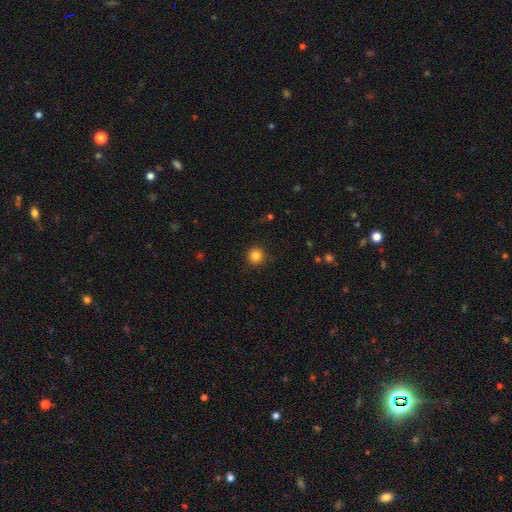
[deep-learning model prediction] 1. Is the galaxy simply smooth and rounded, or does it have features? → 84% smooth, 12% star or artifact, 4% featured or disk.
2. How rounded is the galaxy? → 95% round, 5% in between, 1% cigar-shaped.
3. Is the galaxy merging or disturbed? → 88% none, 8% minor disturbance, 2% major disturbance, 1% merger.